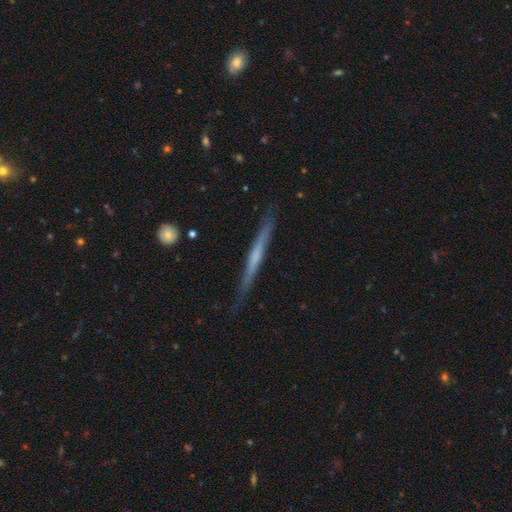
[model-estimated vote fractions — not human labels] Smooth or featured: featured or disk — 60% (smooth — 34%)
Edge-on disk: yes — 97% (no — 3%)
Edge-on bulge: none — 66% (rounded — 25%)
Merging: none — 84% (minor disturbance — 13%)